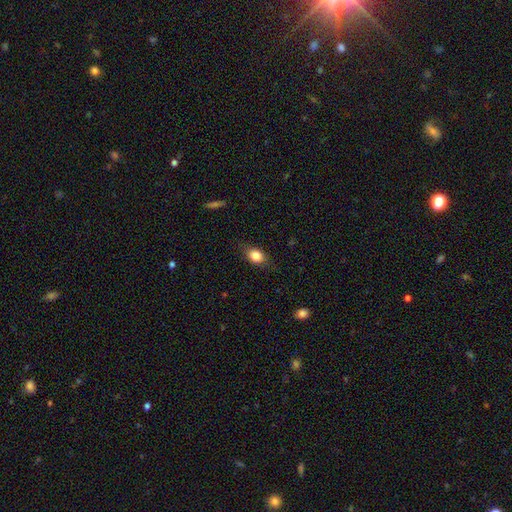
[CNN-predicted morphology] smooth-or-featured: smooth: 82% | featured or disk: 9% | star or artifact: 9%
  how-rounded: in between: 62% | round: 36% | cigar-shaped: 2%
  merging: none: 77% | minor disturbance: 17% | major disturbance: 5% | merger: 1%